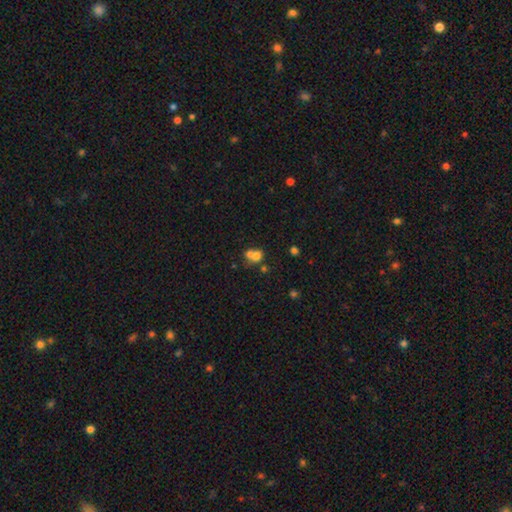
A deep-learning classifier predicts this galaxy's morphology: smooth-or-featured: smooth: 65% | featured or disk: 21% | star or artifact: 14%
  how-rounded: round: 66% | in between: 33% | cigar-shaped: 1%
  merging: merger: 62% | none: 27% | minor disturbance: 7% | major disturbance: 4%